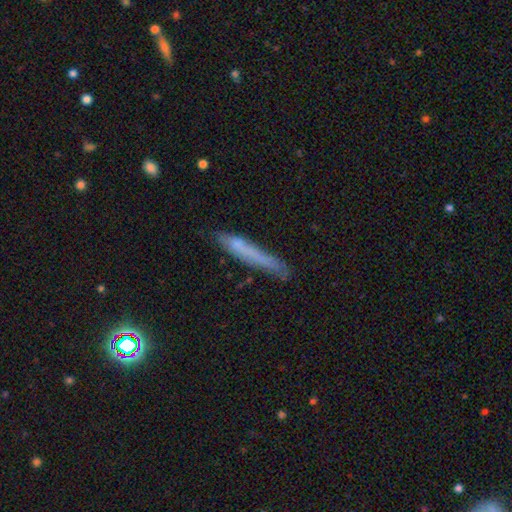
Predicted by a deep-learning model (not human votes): Morphology: type=smooth (67%); roundness=cigar-shaped (92%); merging=none (64%).